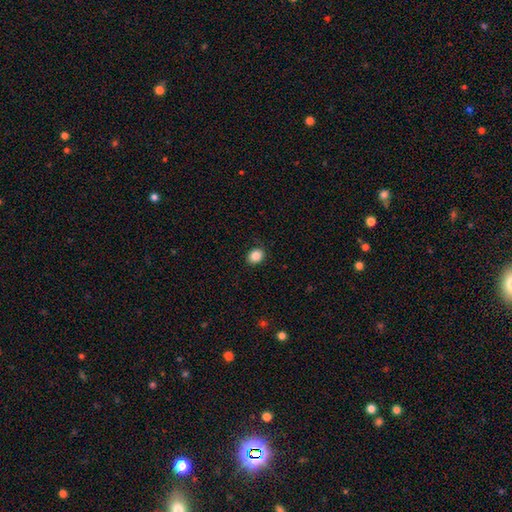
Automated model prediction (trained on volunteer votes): Smooth or featured?
  - smooth: 86% *
  - star or artifact: 9%
  - featured or disk: 5%
How rounded?
  - round: 50% *
  - in between: 49%
  - cigar-shaped: 1%
Merging?
  - none: 87% *
  - minor disturbance: 10%
  - major disturbance: 2%
  - merger: 1%